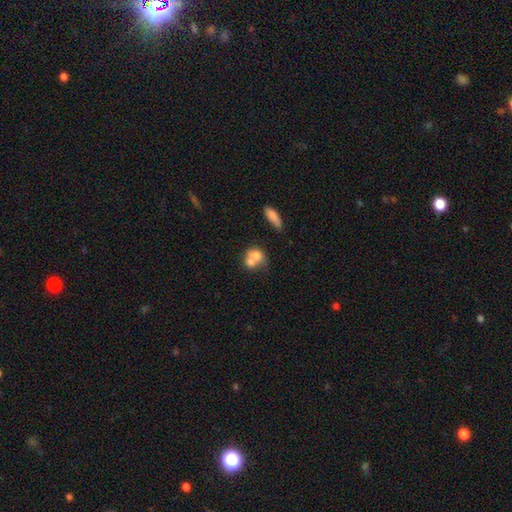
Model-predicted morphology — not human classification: Smooth or featured: smooth — 69% (featured or disk — 23%)
How rounded: round — 58% (in between — 41%)
Merging: merger — 64% (none — 22%)